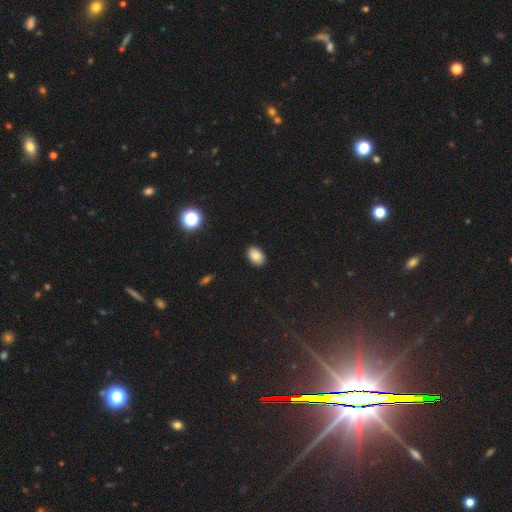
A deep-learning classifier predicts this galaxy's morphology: smooth-or-featured: smooth: 85% | star or artifact: 9% | featured or disk: 6%
  how-rounded: in between: 86% | round: 13% | cigar-shaped: 1%
  merging: none: 89% | minor disturbance: 8% | major disturbance: 2% | merger: 1%